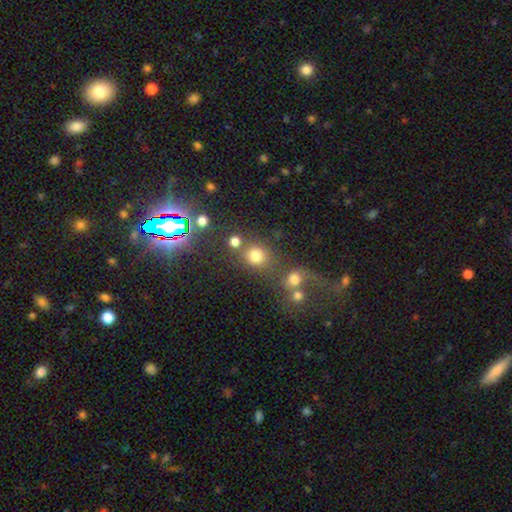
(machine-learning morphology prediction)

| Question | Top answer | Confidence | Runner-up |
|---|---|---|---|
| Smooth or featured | smooth | 76% | star or artifact (17%) |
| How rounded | round | 83% | in between (16%) |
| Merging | none | 61% | merger (22%) |